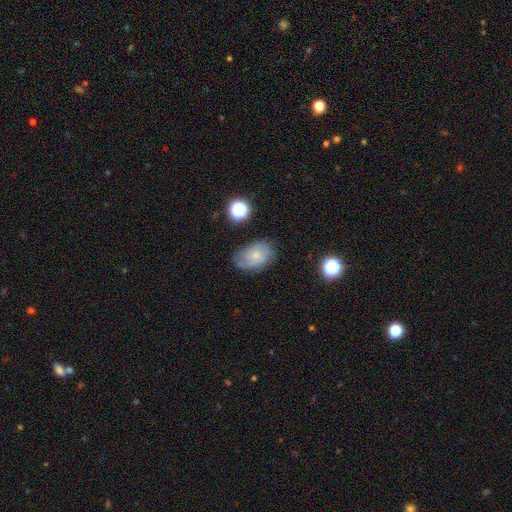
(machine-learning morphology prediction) featured or disk 50%, smooth 39%, star or artifact 11%. Down the decision tree: edge-on disk — no (96%); merging — none (62%).